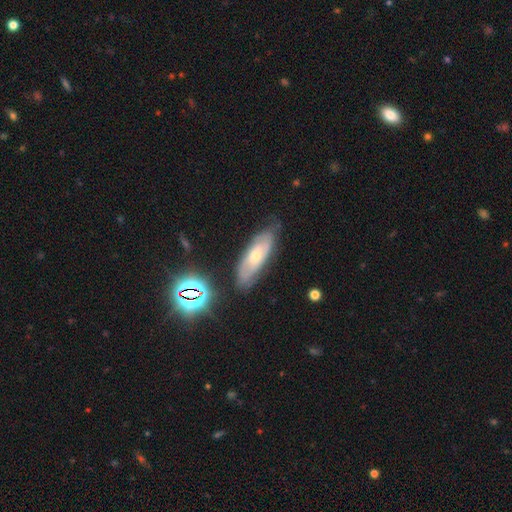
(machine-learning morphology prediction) Smooth or featured? Predicted: featured or disk (p=0.60). Edge-on disk? Predicted: no (p=0.77). Merging? Predicted: none (p=0.73).